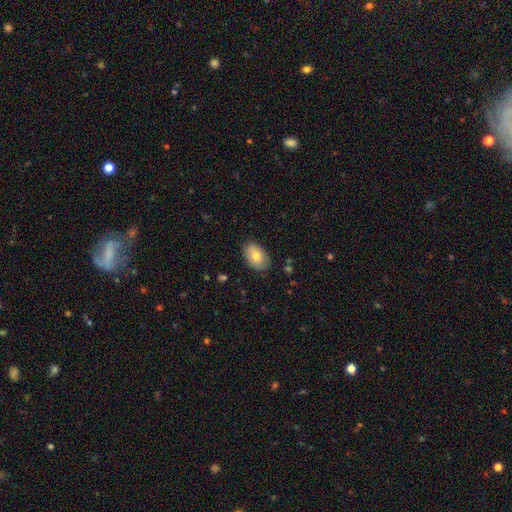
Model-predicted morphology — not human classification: type=smooth (76%); roundness=in between (90%); merging=none (82%).